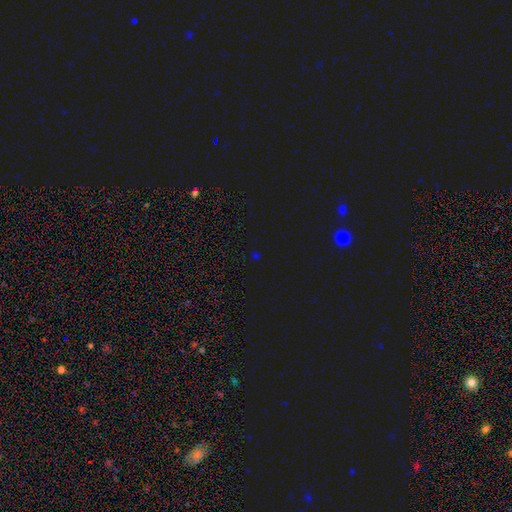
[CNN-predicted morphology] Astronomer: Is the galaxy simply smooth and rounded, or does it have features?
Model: star or artifact — 66%.